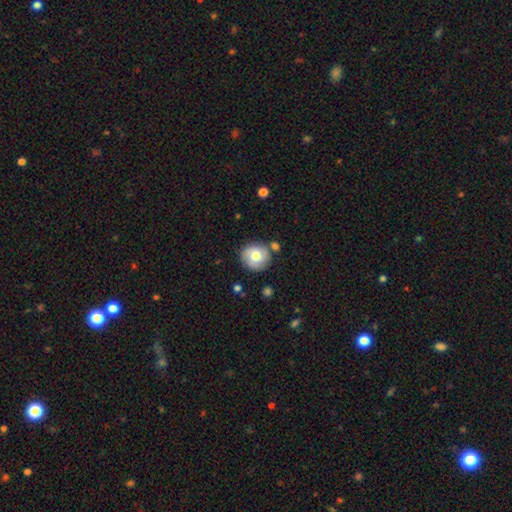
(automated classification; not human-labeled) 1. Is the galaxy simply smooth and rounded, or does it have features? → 53% smooth, 39% featured or disk, 8% star or artifact.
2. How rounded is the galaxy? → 88% round, 11% in between, 1% cigar-shaped.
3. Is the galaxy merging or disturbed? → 75% none, 14% minor disturbance, 6% merger, 4% major disturbance.